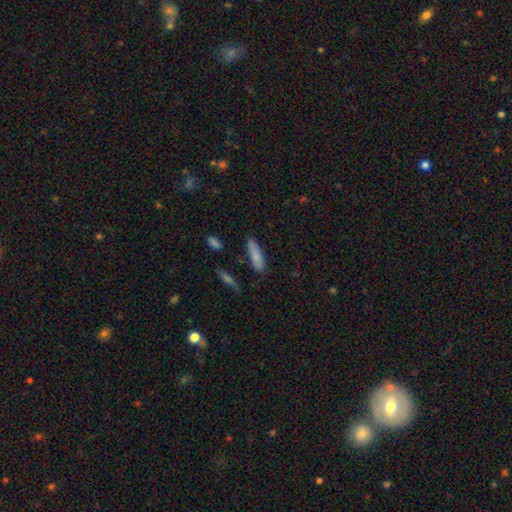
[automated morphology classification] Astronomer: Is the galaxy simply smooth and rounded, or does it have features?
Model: smooth — 81%.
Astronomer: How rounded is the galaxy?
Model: cigar-shaped — 51% (runner-up: in between, 47%).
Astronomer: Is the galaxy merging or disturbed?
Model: none — 79%.